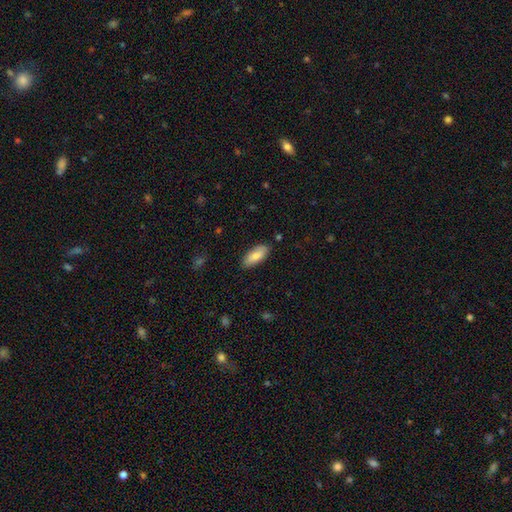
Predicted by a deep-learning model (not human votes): Smooth or featured? Predicted: smooth (p=0.84). How rounded? Predicted: in between (p=0.84). Merging? Predicted: none (p=0.85).